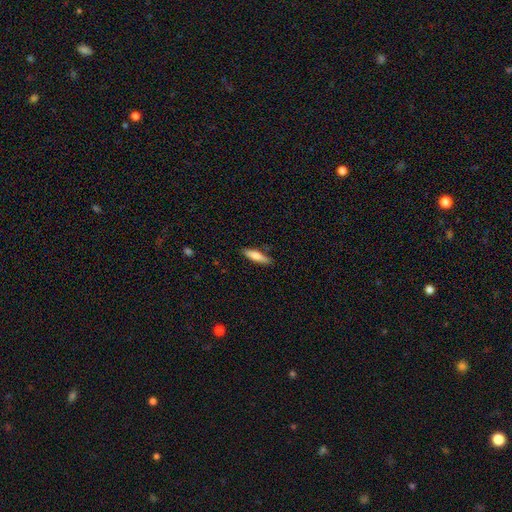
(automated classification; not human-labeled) Smooth or featured? smooth (76%)
How rounded? cigar-shaped (71%)
Merging? none (84%)